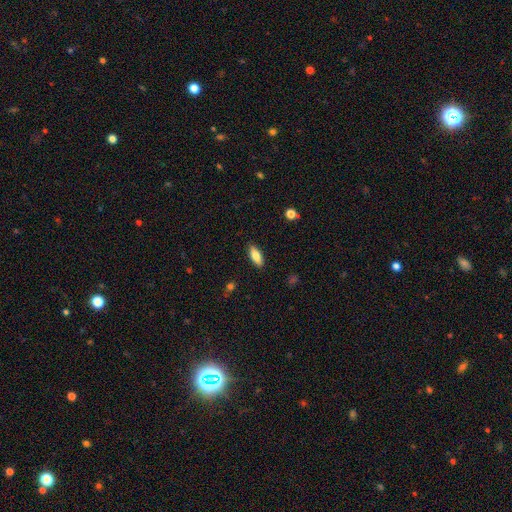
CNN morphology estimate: Smooth or featured? Predicted: smooth (p=0.80). How rounded? Predicted: in between (p=0.68). Merging? Predicted: none (p=0.89).